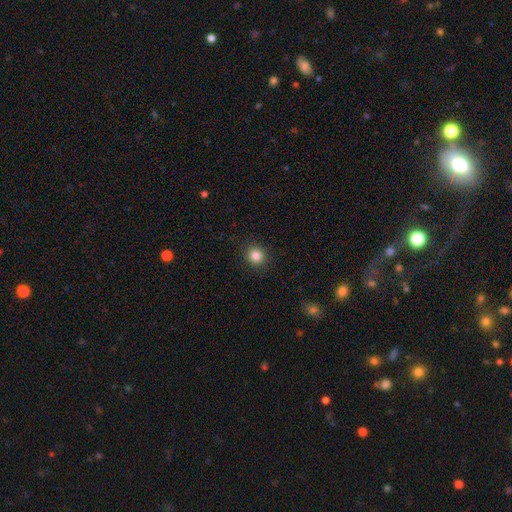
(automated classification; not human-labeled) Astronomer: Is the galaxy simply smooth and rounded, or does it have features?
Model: smooth — 85%.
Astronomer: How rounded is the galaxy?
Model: round — 89%.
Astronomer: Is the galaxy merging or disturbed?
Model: none — 91%.